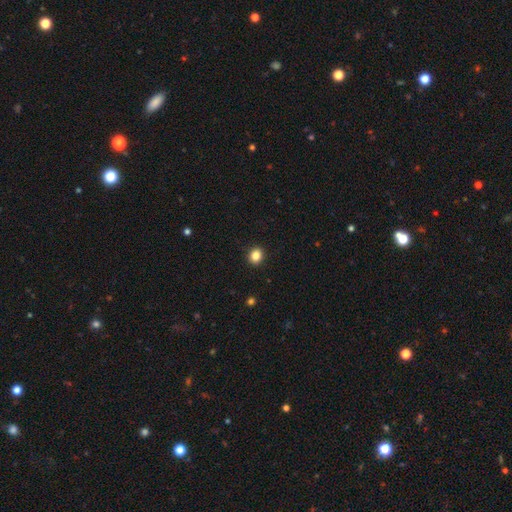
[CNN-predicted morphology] This is clearly a smooth galaxy (85%). How rounded: likely round (74%). Merging: clearly none (92%).